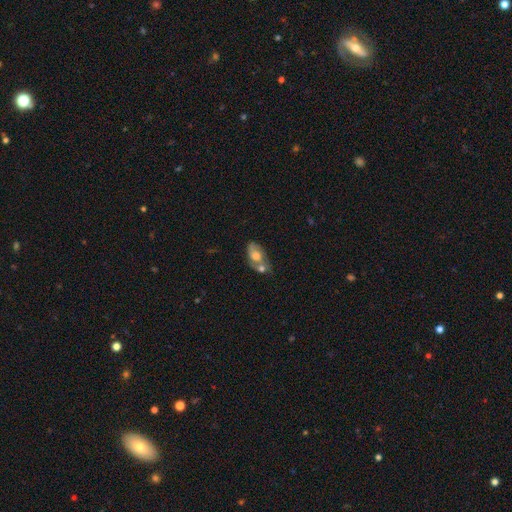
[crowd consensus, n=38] Overall: smooth (71%). How rounded: in between (89%). Merging: merger (54%; minor disturbance 22%).